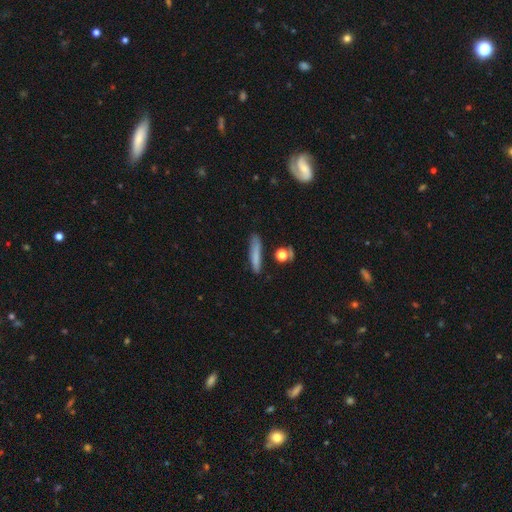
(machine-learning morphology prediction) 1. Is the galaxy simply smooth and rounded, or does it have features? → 74% smooth, 17% featured or disk, 9% star or artifact.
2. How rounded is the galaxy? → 88% cigar-shaped, 9% in between, 4% round.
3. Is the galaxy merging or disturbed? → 78% none, 15% minor disturbance, 4% major disturbance, 4% merger.